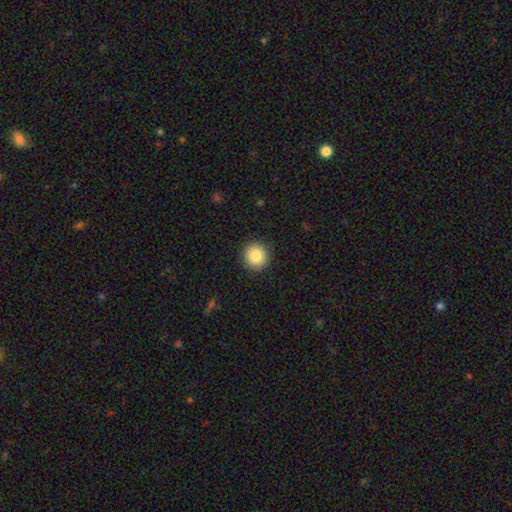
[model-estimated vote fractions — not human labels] This appears to be a smooth galaxy with no disk features (86%) that is round (93%). Merging: none (92%).